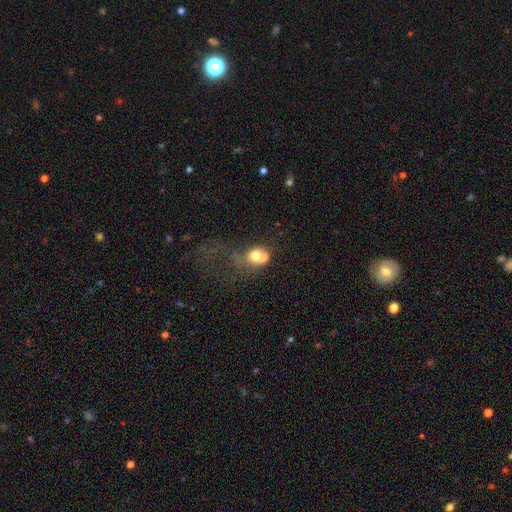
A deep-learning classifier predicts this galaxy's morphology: smooth 65%, featured or disk 23%, star or artifact 12%. Down the decision tree: how rounded — round (66%); merging — merger (55%).